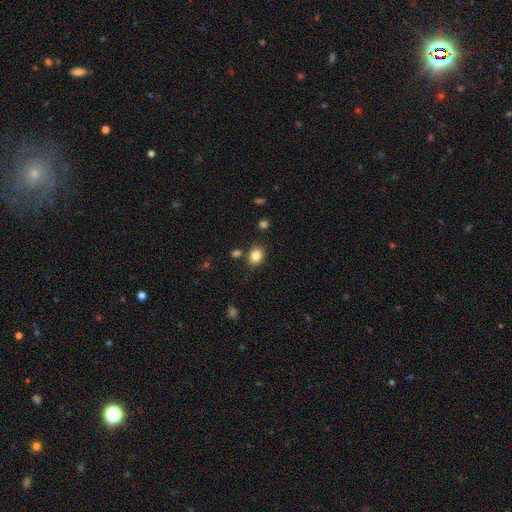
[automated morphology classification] Overall: smooth (84%). How rounded: in between (50%; round 49%). Merging: none (80%).